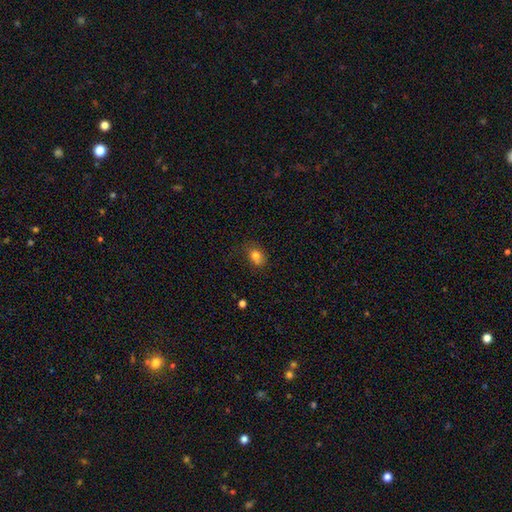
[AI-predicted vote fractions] Smooth or featured? smooth (77%)
How rounded? in between (54%)
Merging? none (58%)